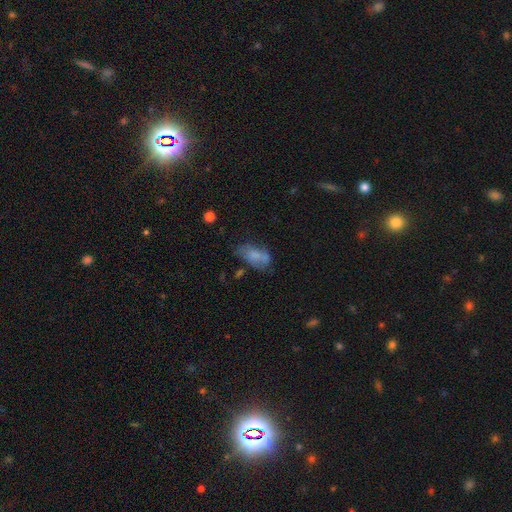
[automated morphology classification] A smooth galaxy with no disk features (64%) that is in between round and cigar-shaped (89%).

Vote fractions:
- Smooth or featured? smooth: 64% / featured or disk: 26% / star or artifact: 10%
- How rounded? in between: 89% / round: 6% / cigar-shaped: 5%
- Merging? none: 38% / minor disturbance: 27% / major disturbance: 18% / merger: 17%